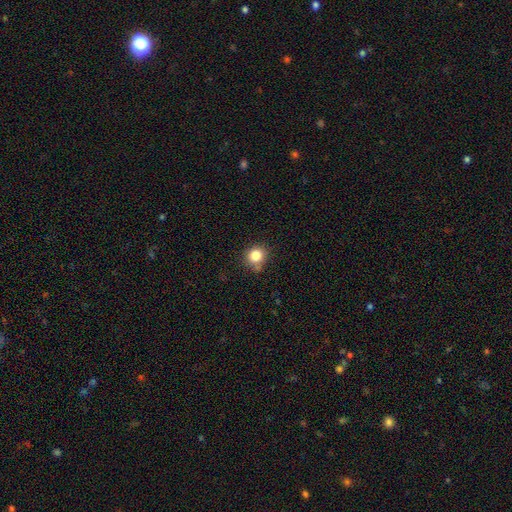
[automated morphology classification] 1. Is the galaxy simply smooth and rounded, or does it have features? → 83% smooth, 11% star or artifact, 6% featured or disk.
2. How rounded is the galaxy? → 85% round, 14% in between, 1% cigar-shaped.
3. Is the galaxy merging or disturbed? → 73% none, 18% minor disturbance, 4% merger, 4% major disturbance.